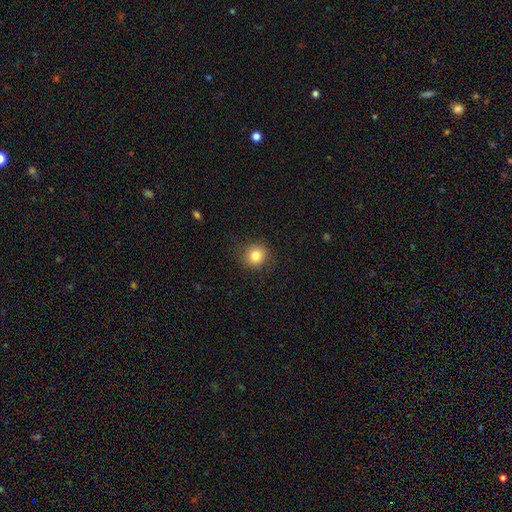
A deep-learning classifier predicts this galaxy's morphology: Smooth or featured?
  - smooth: 82% *
  - star or artifact: 11%
  - featured or disk: 7%
How rounded?
  - round: 90% *
  - in between: 9%
  - cigar-shaped: 1%
Merging?
  - none: 87% *
  - minor disturbance: 9%
  - major disturbance: 3%
  - merger: 1%